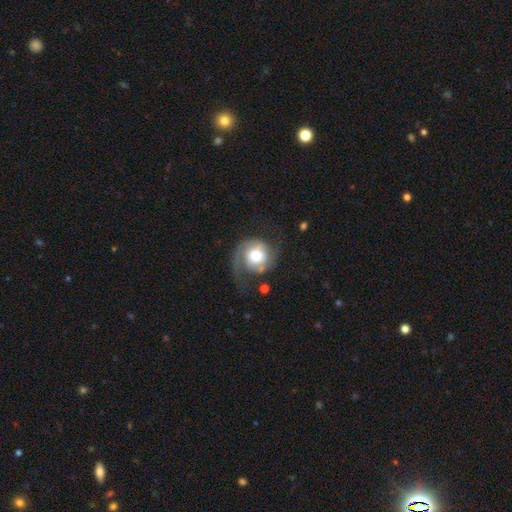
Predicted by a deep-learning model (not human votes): A featured or disk galaxy (56%) with no bar (75%), spiral arms (83%) and a moderate central bulge (54%).

Vote fractions:
- Smooth or featured? featured or disk: 56% / smooth: 37% / star or artifact: 7%
- Edge-on disk? no: 97% / yes: 3%
- Bar? no: 75% / weak: 20% / strong: 5%
- Spiral arms? yes: 83% / no: 17%
- Bulge size? moderate: 54% / large: 32% / small: 7% / dominant: 5% / none: 1%
- Merging? none: 44% / major disturbance: 32% / minor disturbance: 20% / merger: 3%